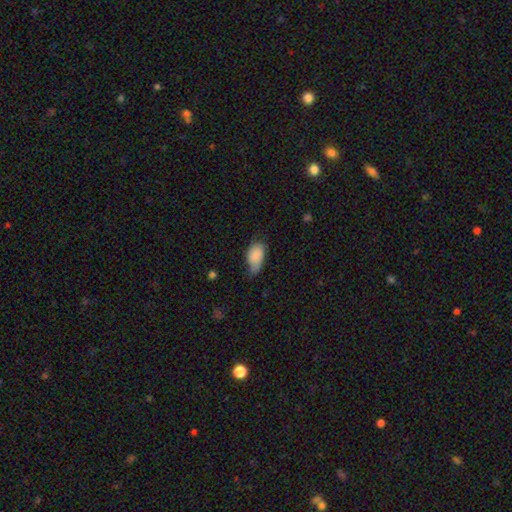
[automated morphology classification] smooth-or-featured: smooth: 76% | featured or disk: 17% | star or artifact: 7%
  how-rounded: in between: 93% | round: 5% | cigar-shaped: 2%
  merging: none: 42% (tied) | minor disturbance: 42% (tied) | major disturbance: 13% | merger: 2%